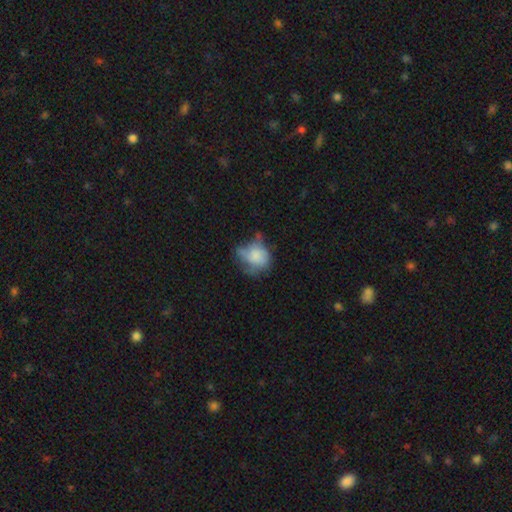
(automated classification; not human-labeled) Q: Smooth or featured?
A: smooth (62%); runner-up: featured or disk (29%)
Q: How rounded?
A: round (55%); runner-up: in between (44%)
Q: Merging?
A: minor disturbance (33%); runner-up: none (31%)